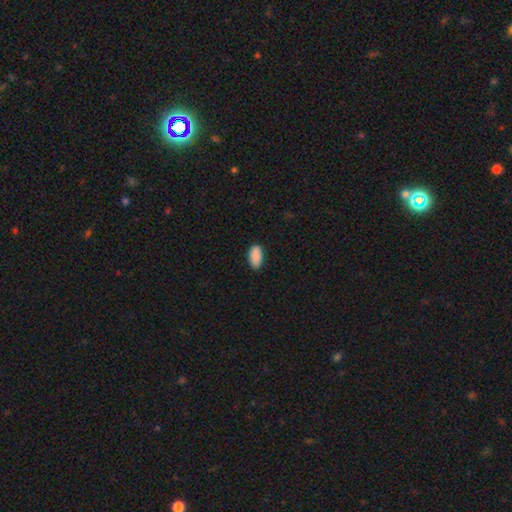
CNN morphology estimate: smooth 91%, star or artifact 7%, featured or disk 3%. Down the decision tree: how rounded — in between (94%); merging — none (87%).